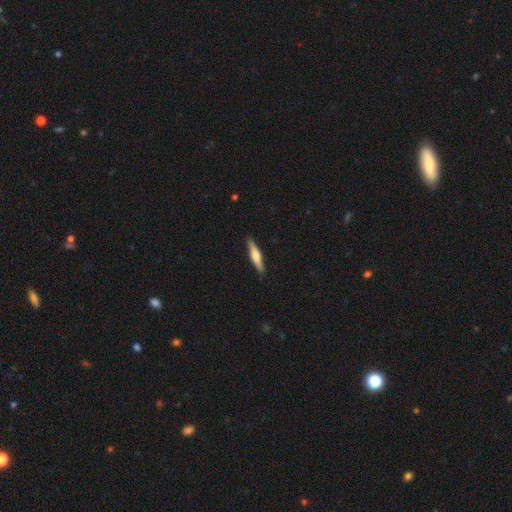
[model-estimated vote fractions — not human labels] smooth 51%, featured or disk 43%, star or artifact 5%. Down the decision tree: how rounded — cigar-shaped (84%); merging — none (89%).